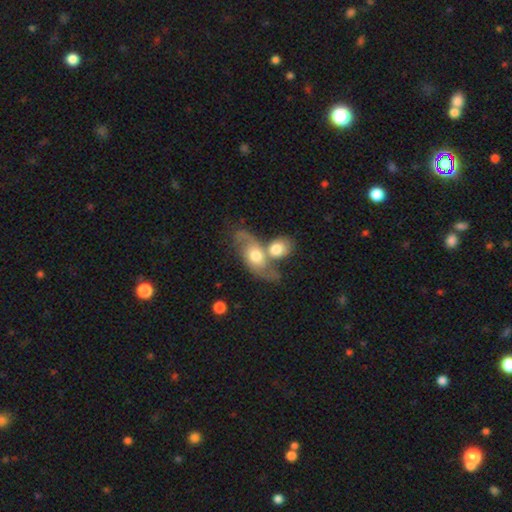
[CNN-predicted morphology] featured or disk 59%, smooth 35%, star or artifact 6%. Down the decision tree: edge-on disk — no (91%); bar — no (74%); spiral arms — yes (78%); bulge size — moderate (61%); merging — merger (61%).